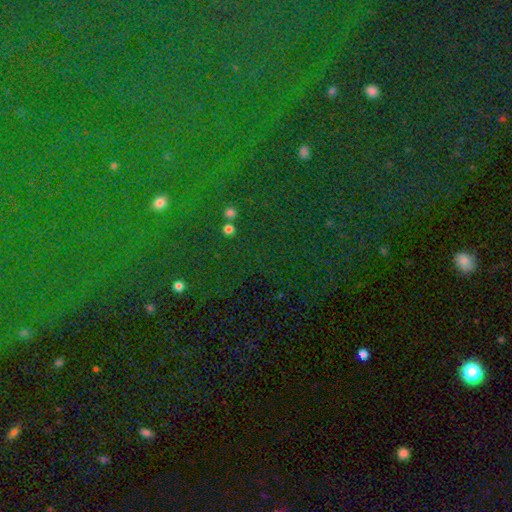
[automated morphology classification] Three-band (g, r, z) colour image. It shows a star or artifact, not a galaxy (82%).